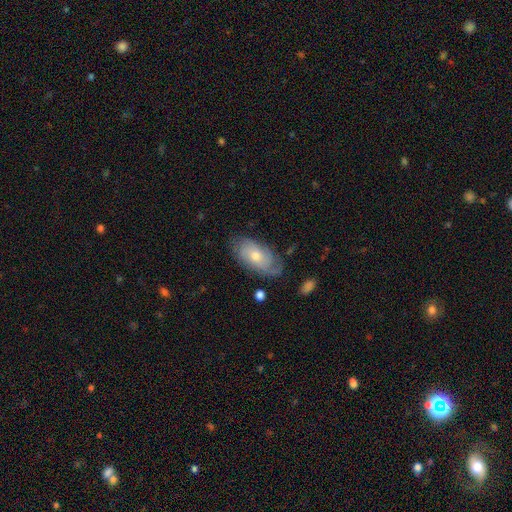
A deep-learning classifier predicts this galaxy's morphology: Q: Smooth or featured?
A: featured or disk (58%); runner-up: smooth (35%)
Q: Edge-on disk?
A: no (91%); runner-up: yes (9%)
Q: Bar?
A: no (79%); runner-up: weak (18%)
Q: Spiral arms?
A: yes (82%); runner-up: no (18%)
Q: Bulge size?
A: moderate (57%); runner-up: small (38%)
Q: Merging?
A: none (69%); runner-up: minor disturbance (22%)